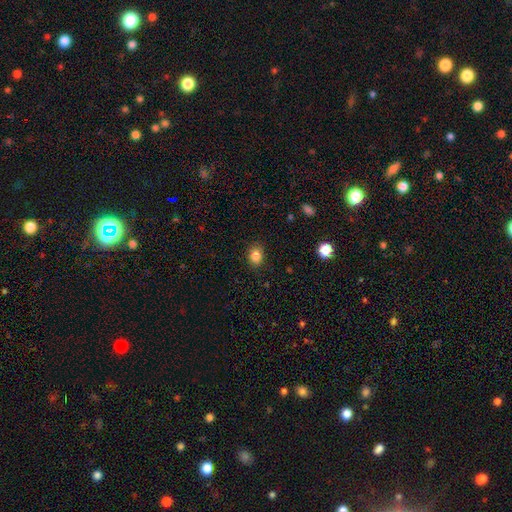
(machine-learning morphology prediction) smooth 85%, star or artifact 10%, featured or disk 5%. Down the decision tree: how rounded — in between (64%); merging — none (86%).